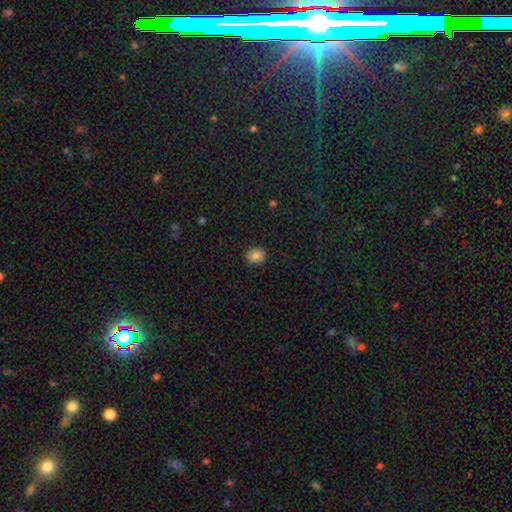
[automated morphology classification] Smooth or featured?
  - smooth: 86% *
  - star or artifact: 10%
  - featured or disk: 5%
How rounded?
  - in between: 50% *
  - round: 49%
  - cigar-shaped: 1%
Merging?
  - none: 89% *
  - minor disturbance: 8%
  - major disturbance: 2%
  - merger: 1%